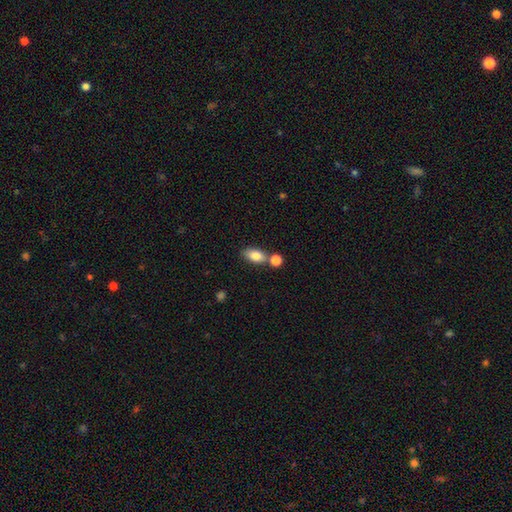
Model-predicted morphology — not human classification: Q: Smooth or featured?
A: smooth (82%); runner-up: featured or disk (11%)
Q: How rounded?
A: in between (86%); runner-up: round (9%)
Q: Merging?
A: none (60%); runner-up: merger (25%)